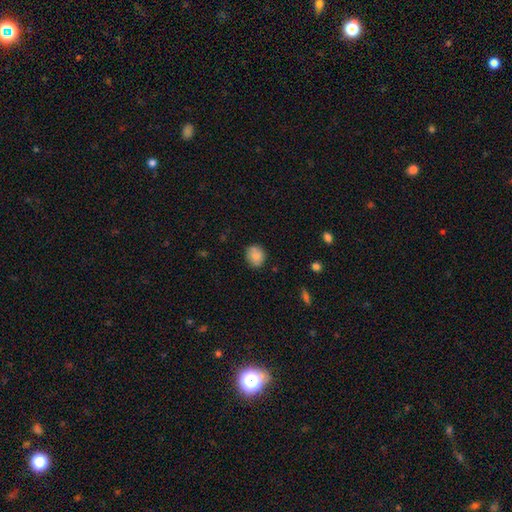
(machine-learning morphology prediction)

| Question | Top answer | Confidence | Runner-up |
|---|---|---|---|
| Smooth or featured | smooth | 83% | featured or disk (9%) |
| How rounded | round | 76% | in between (23%) |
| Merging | none | 79% | minor disturbance (15%) |